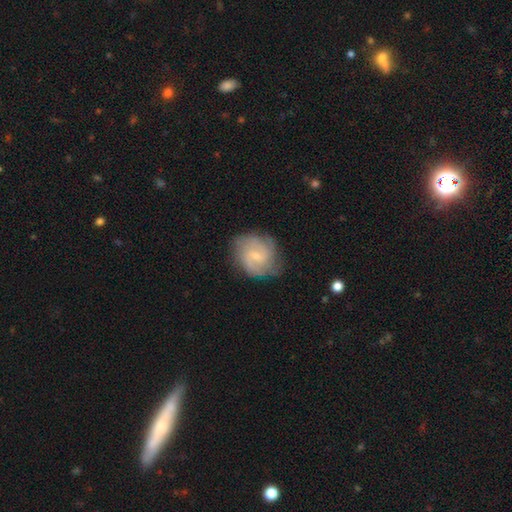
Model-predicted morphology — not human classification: Smooth or featured?
  - featured or disk: 70% *
  - smooth: 23%
  - star or artifact: 7%
Edge-on disk?
  - no: 98% *
  - yes: 2%
Bar?
  - weak: 58% *
  - no: 33%
  - strong: 9%
Spiral arms?
  - yes: 91% *
  - no: 9%
Spiral winding?
  - medium: 47% *
  - tight: 33%
  - loose: 20%
Spiral arm count?
  - 2: 50% *
  - can't tell: 26%
  - 3: 13%
  - 4: 4%
  - 1: 4%
  - more than 4: 3%
Bulge size?
  - small: 67% *
  - moderate: 25%
  - none: 6%
  - large: 1%
  - dominant: 1%
Merging?
  - none: 69% *
  - minor disturbance: 21%
  - major disturbance: 8%
  - merger: 1%